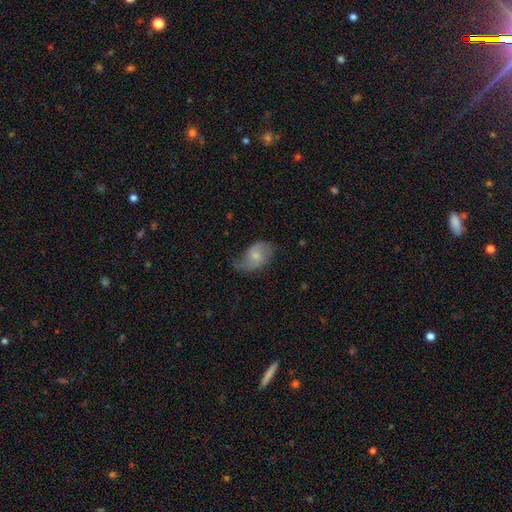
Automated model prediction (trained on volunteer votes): Q: Smooth or featured?
A: featured or disk (49%); runner-up: smooth (44%)
Q: Merging?
A: none (50%); runner-up: minor disturbance (33%)